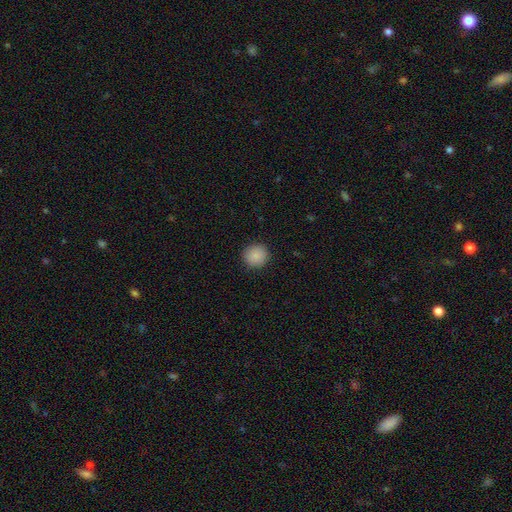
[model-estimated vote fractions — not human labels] smooth 87%, star or artifact 9%, featured or disk 4%. Down the decision tree: how rounded — round (93%); merging — none (91%).